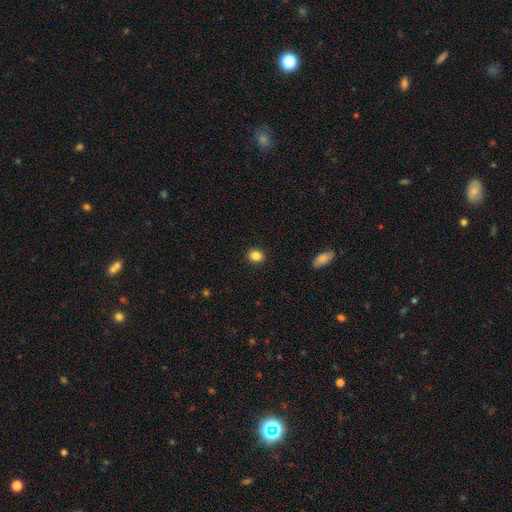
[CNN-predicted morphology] The model was most divided on "how rounded": round: 65%, in between: 34%, cigar-shaped: 1%. More confident: merging — none (91%); smooth or featured — smooth (86%).